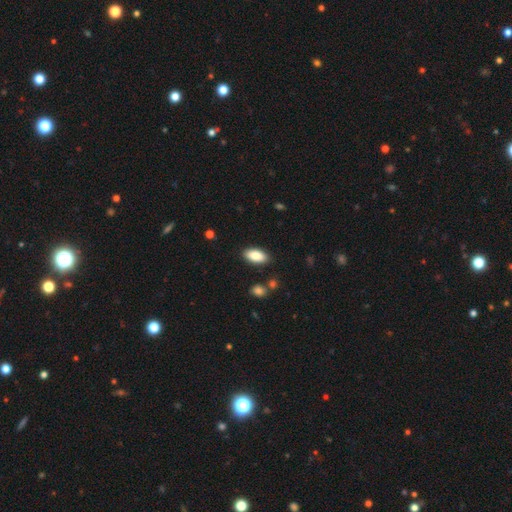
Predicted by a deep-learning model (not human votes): Smooth or featured? smooth (86%)
How rounded? in between (91%)
Merging? none (87%)